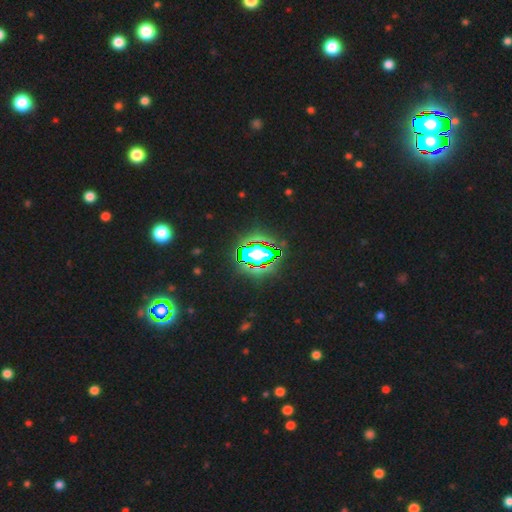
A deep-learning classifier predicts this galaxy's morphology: A star or artifact, not a galaxy (79%).

Vote fractions:
- Smooth or featured? star or artifact: 79% / smooth: 12% / featured or disk: 9%